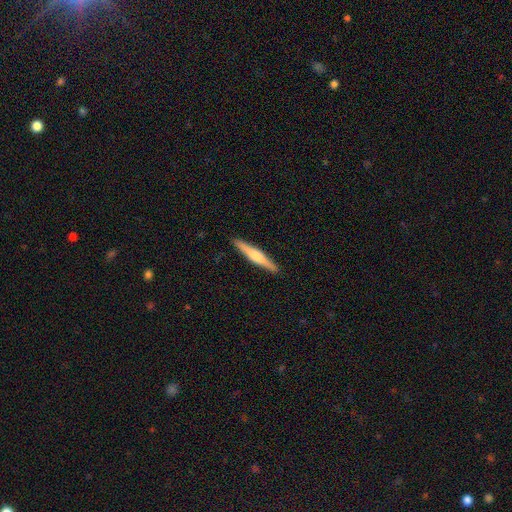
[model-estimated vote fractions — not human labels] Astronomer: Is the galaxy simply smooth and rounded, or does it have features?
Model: featured or disk — 55% (runner-up: smooth, 40%).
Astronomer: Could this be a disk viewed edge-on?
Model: yes — 97%.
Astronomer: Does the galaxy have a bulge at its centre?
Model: rounded — 70%.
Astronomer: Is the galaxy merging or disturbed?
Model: none — 92%.